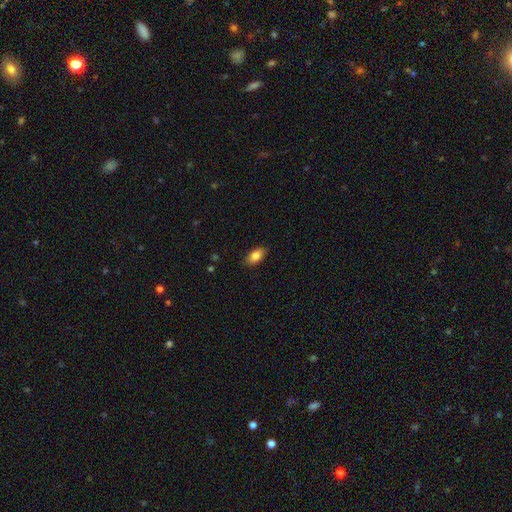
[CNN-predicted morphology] This is clearly a smooth galaxy (83%). How rounded: clearly in between (91%). Merging: clearly none (88%).